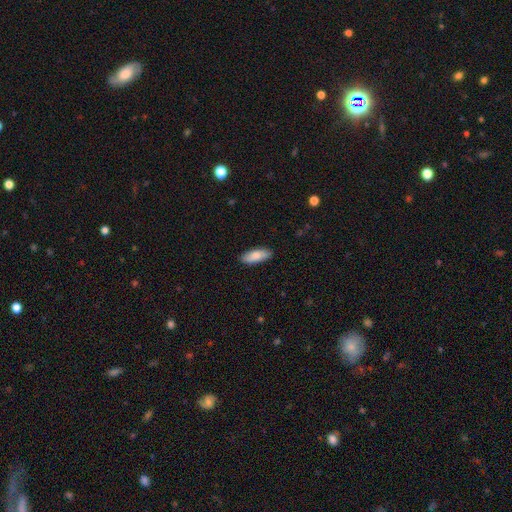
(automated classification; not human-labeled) Q: Smooth or featured?
A: smooth (84%); runner-up: featured or disk (11%)
Q: How rounded?
A: in between (73%); runner-up: cigar-shaped (25%)
Q: Merging?
A: none (88%); runner-up: minor disturbance (9%)